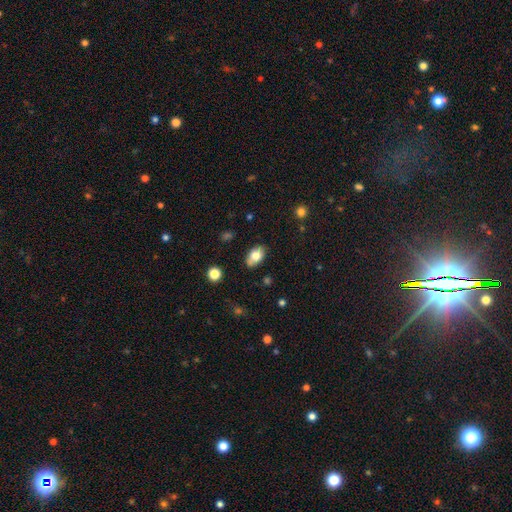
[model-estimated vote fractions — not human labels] This is likely a smooth galaxy (77%). How rounded: clearly in between (90%). Merging: likely none (80%).